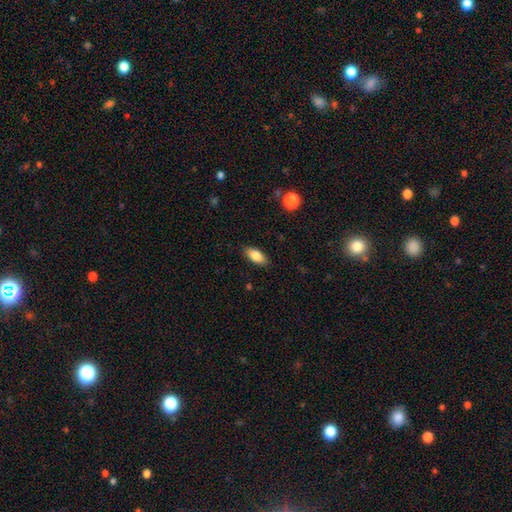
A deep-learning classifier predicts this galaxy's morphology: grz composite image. It shows a smooth galaxy with no disk features (83%) that is in between round and cigar-shaped (87%). Merging: none (87%).